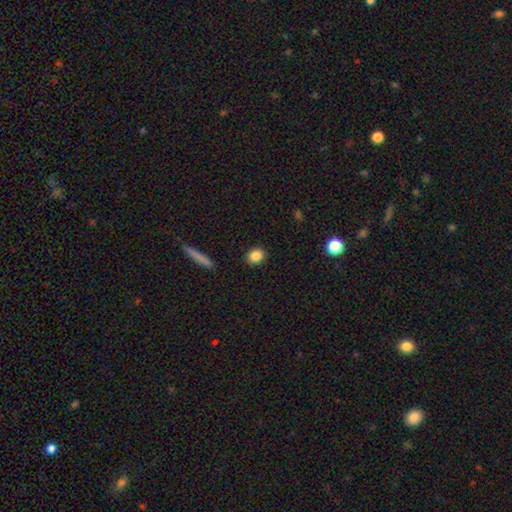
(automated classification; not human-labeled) Morphology: type=smooth (86%); roundness=round (61%); merging=none (91%).